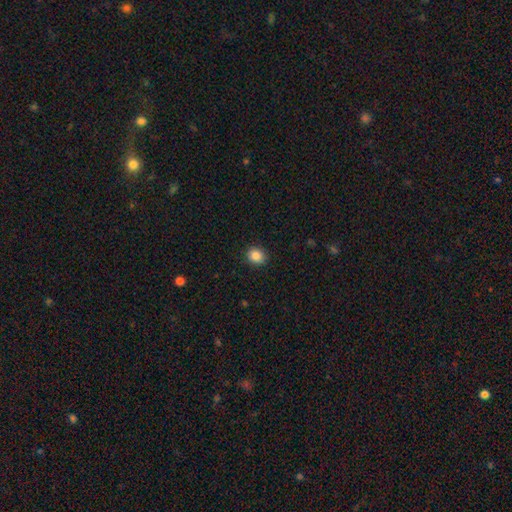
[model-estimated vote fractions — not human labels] smooth 88%, star or artifact 9%, featured or disk 3%. Down the decision tree: how rounded — round (67%); merging — none (89%).